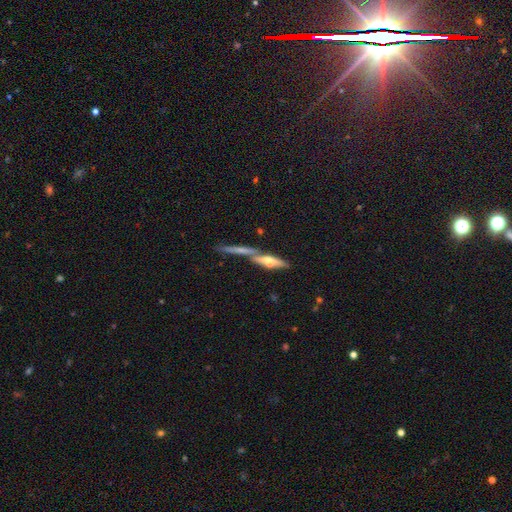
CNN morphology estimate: Smooth or featured: star or artifact — 44% (featured or disk — 36%)